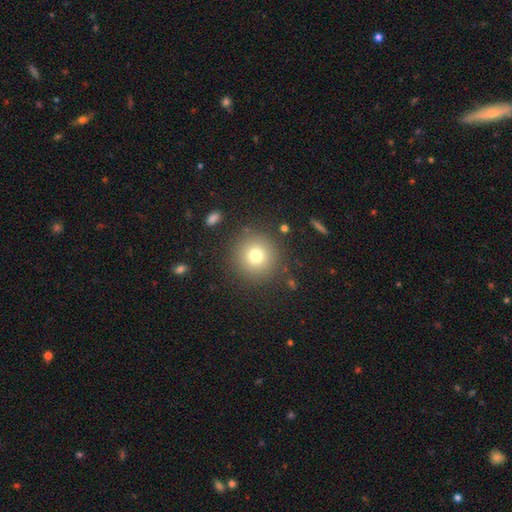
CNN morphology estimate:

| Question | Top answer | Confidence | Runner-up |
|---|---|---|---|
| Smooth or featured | smooth | 75% | star or artifact (14%) |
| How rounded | round | 95% | in between (4%) |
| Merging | none | 87% | minor disturbance (7%) |